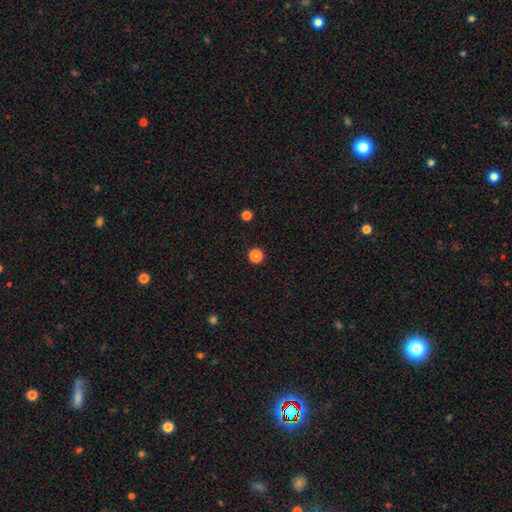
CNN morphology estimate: The model was most divided on "smooth or featured": smooth: 74%, star or artifact: 22%, featured or disk: 4%. More confident: how rounded — round (91%); merging — none (89%).